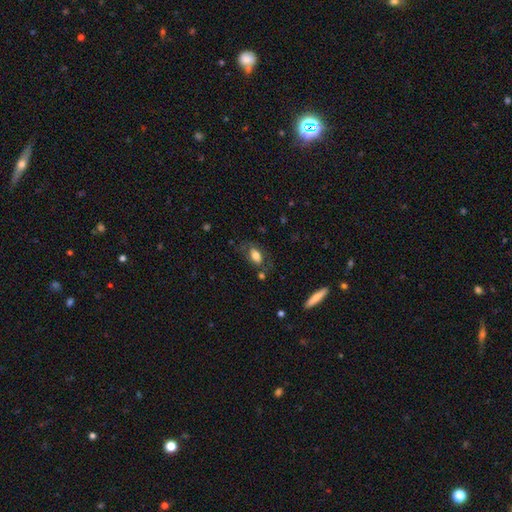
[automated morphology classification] A smooth galaxy with no disk features (66%) that is in between round and cigar-shaped (88%).

Vote fractions:
- Smooth or featured? smooth: 66% / featured or disk: 26% / star or artifact: 8%
- How rounded? in between: 88% / round: 8% / cigar-shaped: 4%
- Merging? none: 61% / minor disturbance: 21% / major disturbance: 13% / merger: 4%